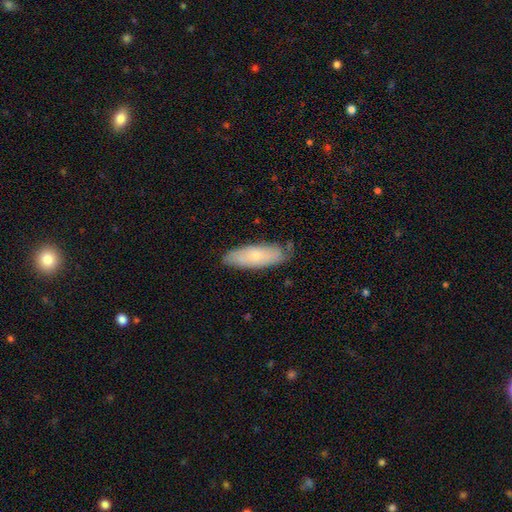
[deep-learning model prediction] The model was most divided on "how rounded": in between: 57%, cigar-shaped: 42%, round: 2%. More confident: merging — none (75%); smooth or featured — smooth (64%).